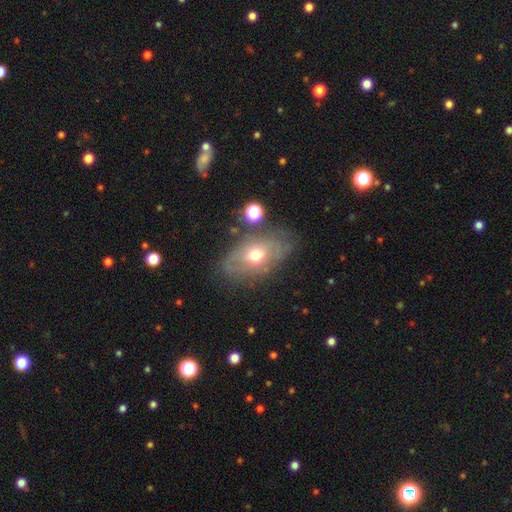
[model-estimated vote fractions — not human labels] Q: Smooth or featured?
A: smooth (46%); runner-up: featured or disk (43%)
Q: Merging?
A: none (64%); runner-up: minor disturbance (21%)